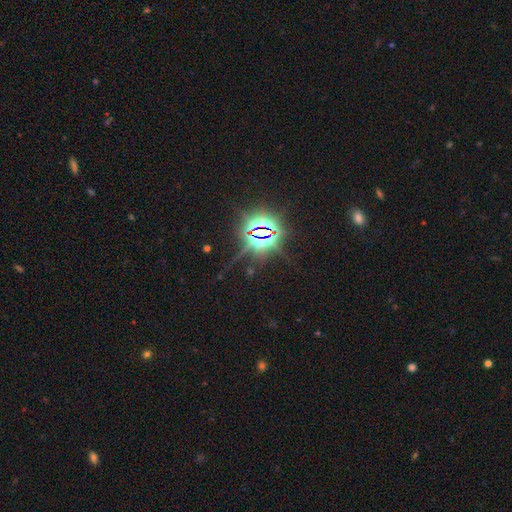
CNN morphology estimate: Overall: star or artifact (86%).